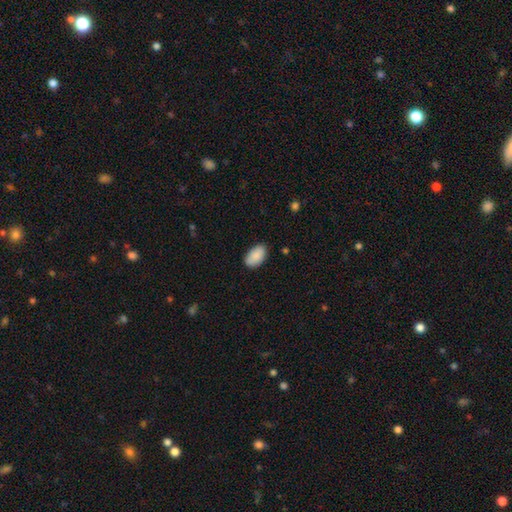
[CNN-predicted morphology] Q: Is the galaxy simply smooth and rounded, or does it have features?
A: smooth — 89%.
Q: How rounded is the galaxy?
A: in between — 95%.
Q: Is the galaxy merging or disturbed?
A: none — 82%.